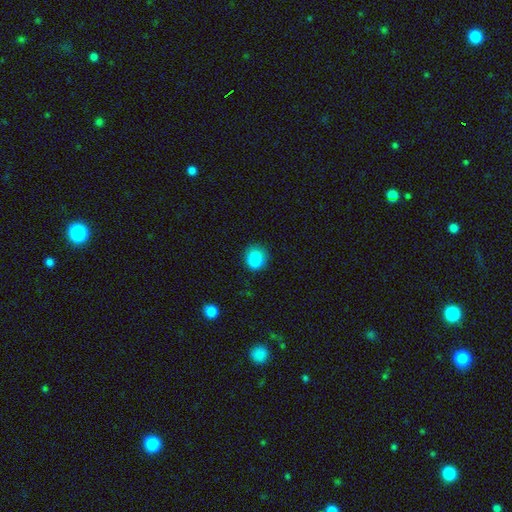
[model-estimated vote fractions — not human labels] Smooth or featured? Predicted: smooth (p=0.80). How rounded? Predicted: round (p=0.75). Merging? Predicted: none (p=0.64).